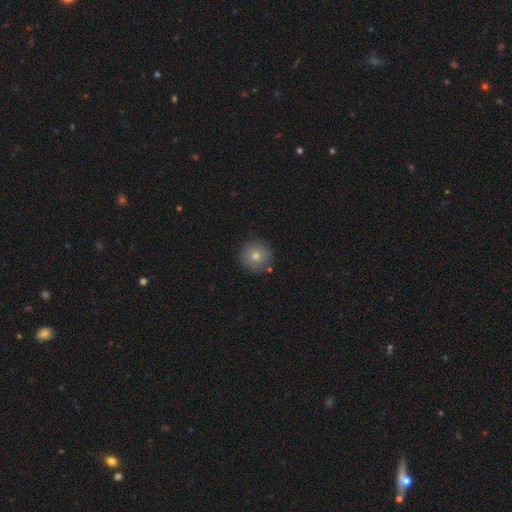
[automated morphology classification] Smooth or featured?
  - smooth: 76% *
  - star or artifact: 13%
  - featured or disk: 11%
How rounded?
  - round: 96% *
  - in between: 3%
  - cigar-shaped: 1%
Merging?
  - none: 89% *
  - minor disturbance: 7%
  - merger: 3%
  - major disturbance: 2%